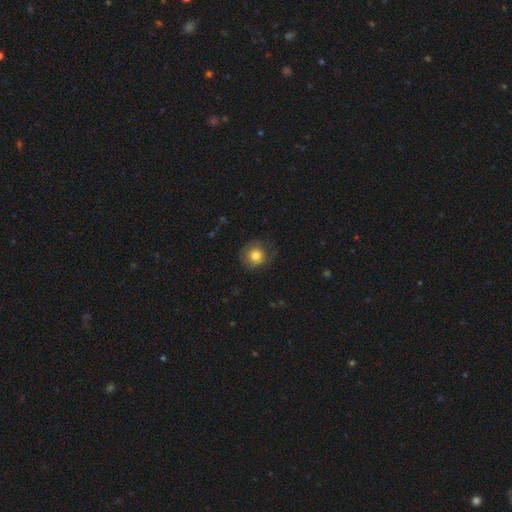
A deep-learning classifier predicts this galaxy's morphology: smooth_or_featured: smooth (p=0.74) [alt: featured or disk p=0.17]
how_rounded: round (p=0.90) [alt: in between p=0.09]
merging: none (p=0.72) [alt: minor disturbance p=0.18]